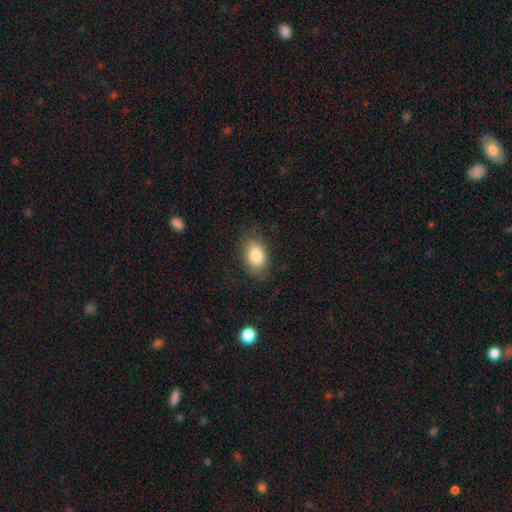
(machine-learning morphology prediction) Smooth or featured? Predicted: smooth (p=0.83). How rounded? Predicted: in between (p=0.89). Merging? Predicted: none (p=0.77).